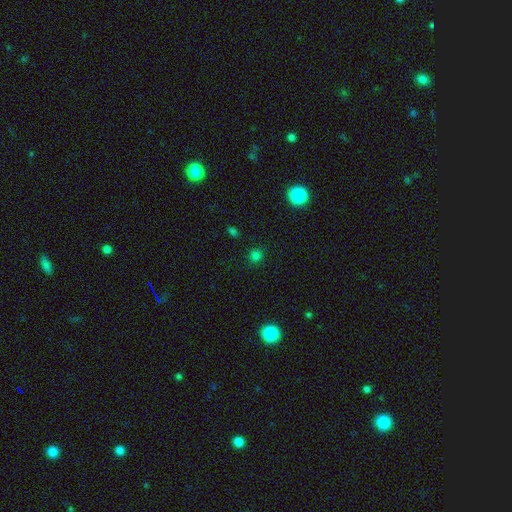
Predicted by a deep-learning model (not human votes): Smooth or featured?
  - smooth: 75% *
  - star or artifact: 21%
  - featured or disk: 4%
How rounded?
  - round: 88% *
  - in between: 11%
  - cigar-shaped: 1%
Merging?
  - none: 87% *
  - minor disturbance: 8%
  - major disturbance: 3%
  - merger: 2%